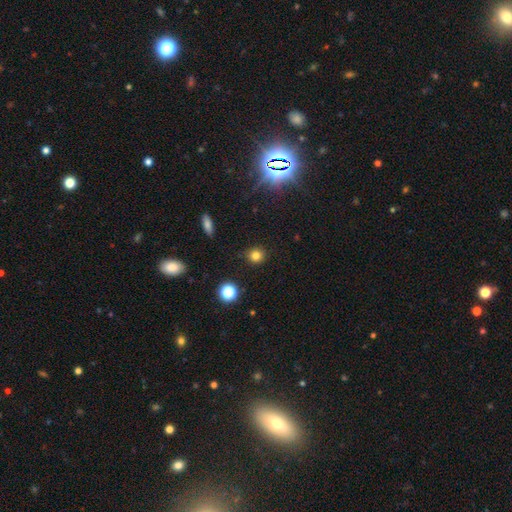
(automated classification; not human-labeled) A smooth galaxy with no disk features (79%) that is round (88%). Merging: none (89%).